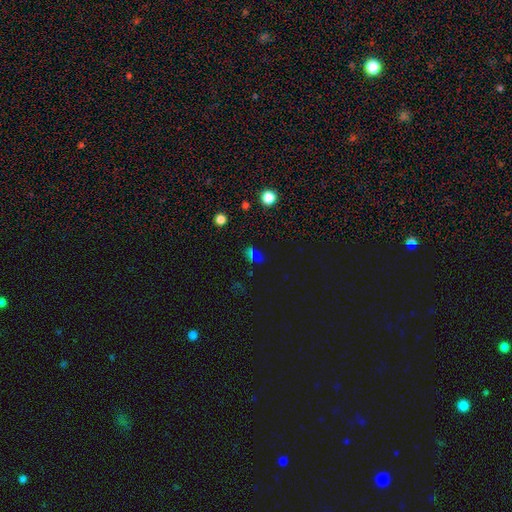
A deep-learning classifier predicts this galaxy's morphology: This is possibly a star or artifact rather than a galaxy (51%).